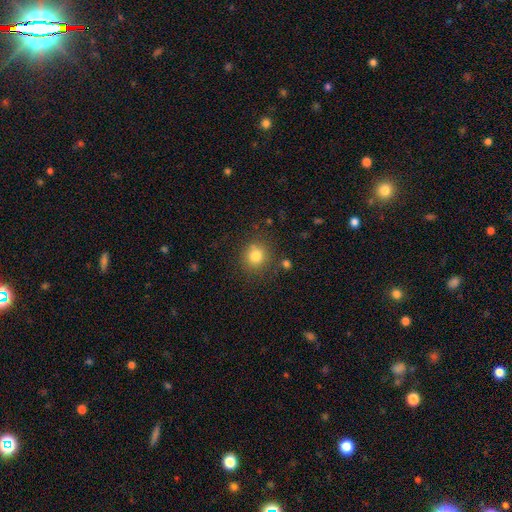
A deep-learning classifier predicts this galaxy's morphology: A smooth galaxy with no disk features (80%) that is round (88%).

Vote fractions:
- Smooth or featured? smooth: 80% / star or artifact: 12% / featured or disk: 7%
- How rounded? round: 88% / in between: 11% / cigar-shaped: 1%
- Merging? none: 82% / minor disturbance: 11% / merger: 4% / major disturbance: 4%